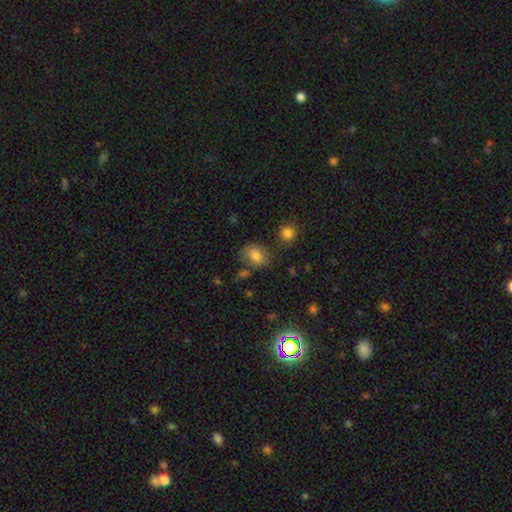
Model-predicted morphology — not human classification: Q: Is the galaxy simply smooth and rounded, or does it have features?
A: smooth — 78%.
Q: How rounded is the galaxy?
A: in between — 68%.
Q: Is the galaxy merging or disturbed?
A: none — 66%.